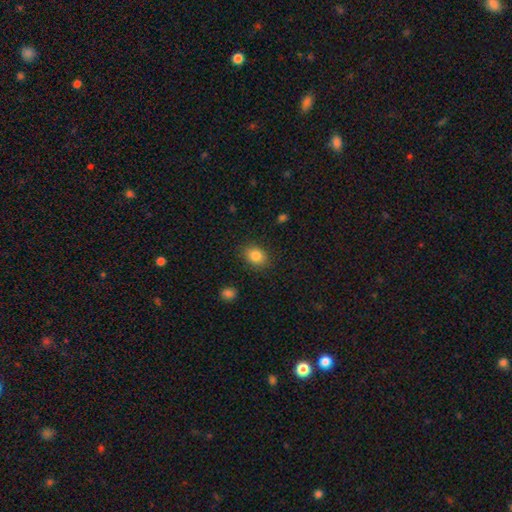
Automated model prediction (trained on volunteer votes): smooth-or-featured: smooth: 85% | star or artifact: 9% | featured or disk: 6%
  how-rounded: in between: 54% | round: 45% | cigar-shaped: 1%
  merging: none: 85% | minor disturbance: 11% | major disturbance: 3% | merger: 1%